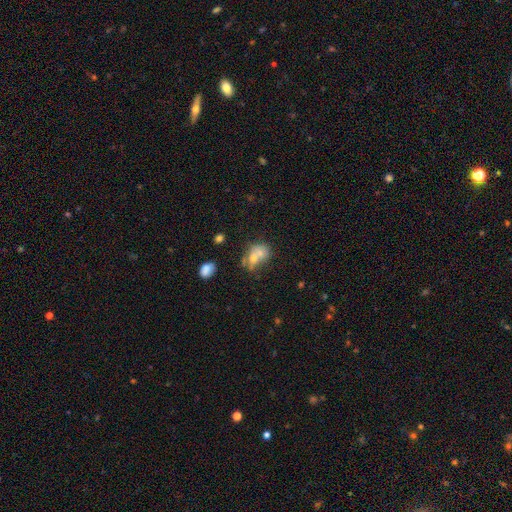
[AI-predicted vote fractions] Smooth or featured? smooth (62%)
How rounded? in between (54%)
Merging? merger (56%)